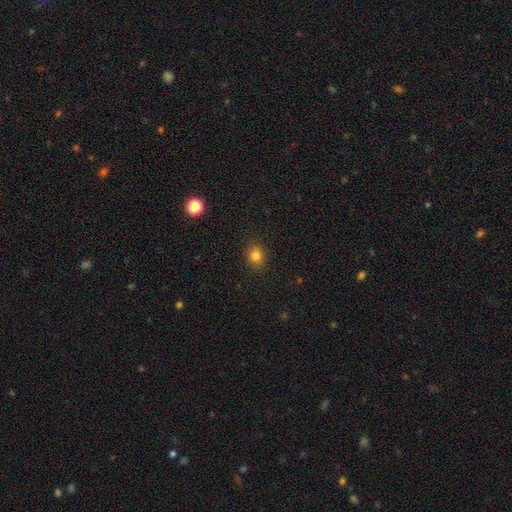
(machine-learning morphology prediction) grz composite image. It shows a smooth galaxy with no disk features (82%) that is round (73%). Merging: none (90%).